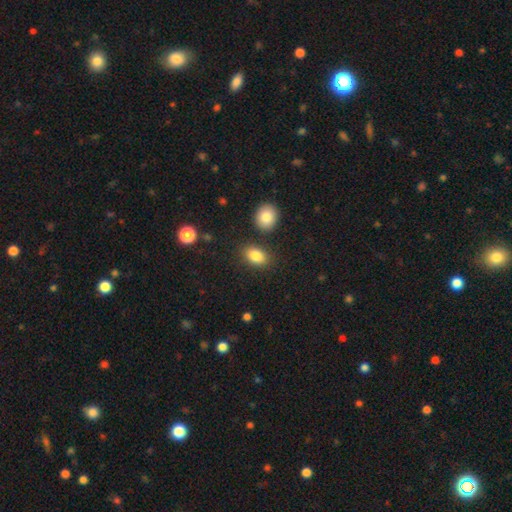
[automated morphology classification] smooth_or_featured: smooth (p=0.85) [alt: star or artifact p=0.09]
how_rounded: in between (p=0.83) [alt: round p=0.15]
merging: none (p=0.81) [alt: minor disturbance p=0.10]